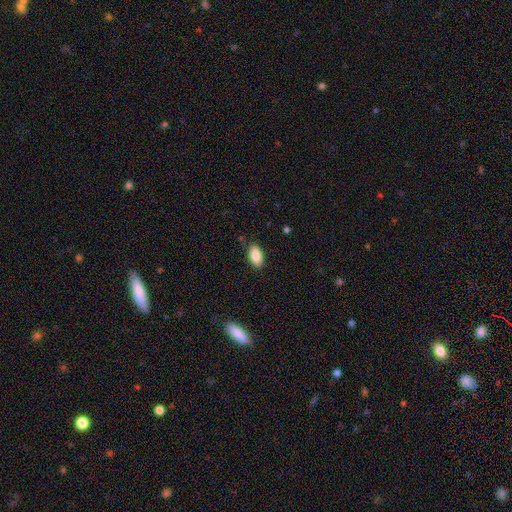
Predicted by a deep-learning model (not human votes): Overall: smooth (87%). How rounded: in between (94%). Merging: none (85%).